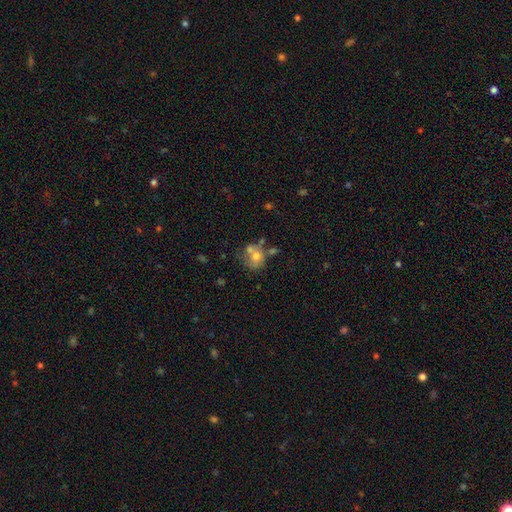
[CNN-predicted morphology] Smooth or featured?
  - smooth: 55% *
  - featured or disk: 31%
  - star or artifact: 15%
How rounded?
  - round: 70% *
  - in between: 29%
  - cigar-shaped: 1%
Merging?
  - none: 39% *
  - merger: 33%
  - minor disturbance: 17%
  - major disturbance: 10%